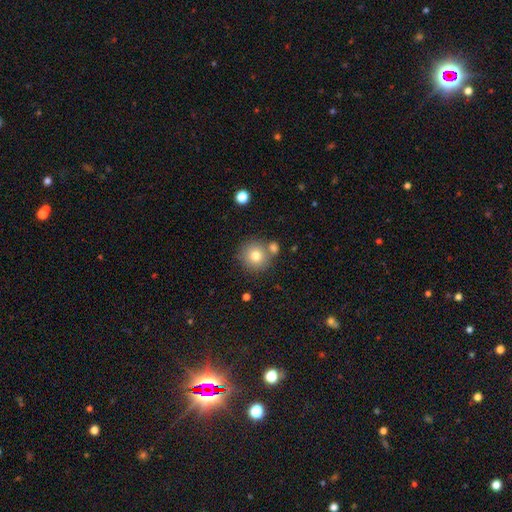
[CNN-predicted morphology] Q: Smooth or featured?
A: smooth (77%); runner-up: featured or disk (12%)
Q: How rounded?
A: round (92%); runner-up: in between (7%)
Q: Merging?
A: none (69%); runner-up: merger (19%)